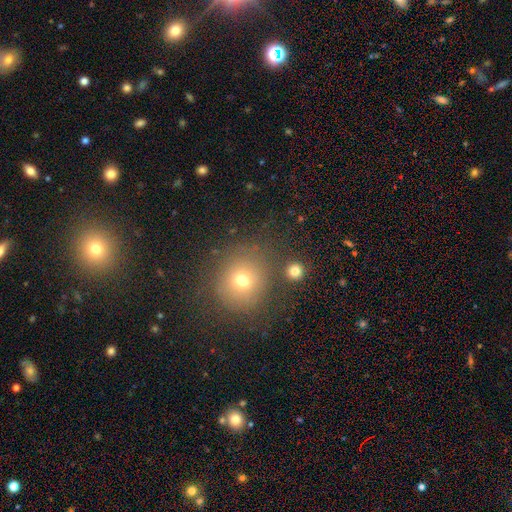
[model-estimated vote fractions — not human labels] Q: Smooth or featured?
A: smooth (62%); runner-up: star or artifact (27%)
Q: How rounded?
A: round (87%); runner-up: in between (12%)
Q: Merging?
A: none (82%); runner-up: minor disturbance (9%)